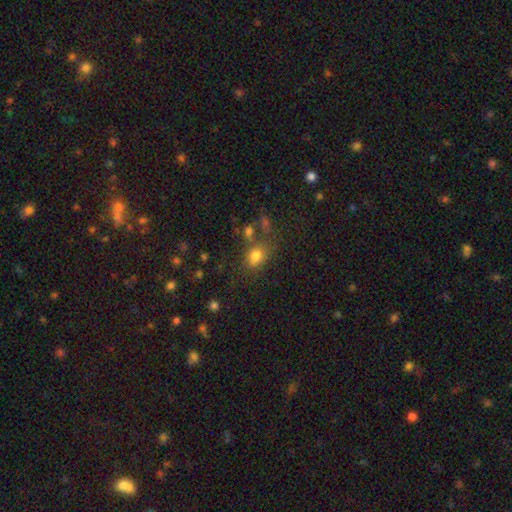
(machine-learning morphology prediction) Smooth or featured?
  - smooth: 75% *
  - star or artifact: 15%
  - featured or disk: 10%
How rounded?
  - in between: 55% *
  - round: 44%
  - cigar-shaped: 2%
Merging?
  - none: 53% *
  - merger: 19%
  - minor disturbance: 18%
  - major disturbance: 11%